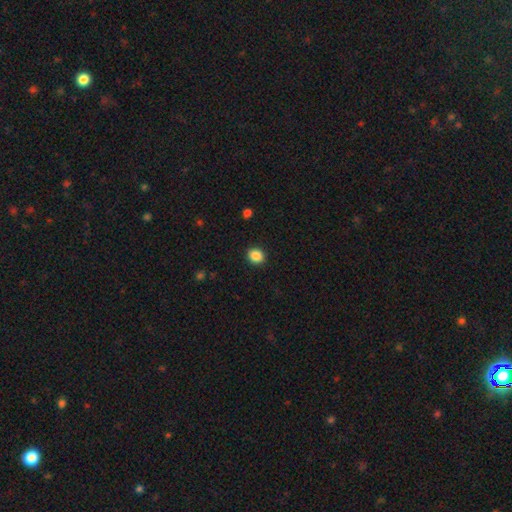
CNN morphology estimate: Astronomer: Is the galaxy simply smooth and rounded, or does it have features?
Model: smooth — 88%.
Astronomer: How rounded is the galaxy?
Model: round — 74%.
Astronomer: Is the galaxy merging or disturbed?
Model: none — 92%.